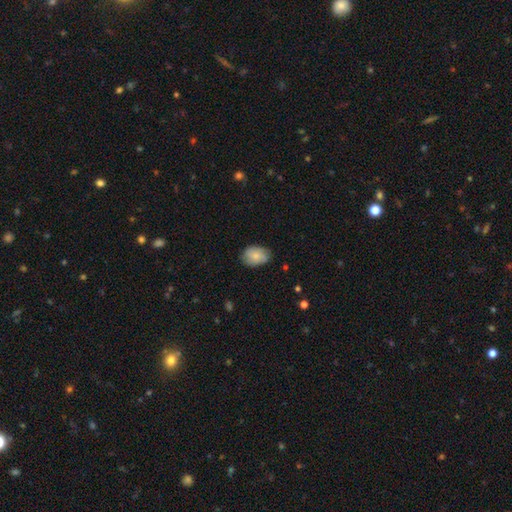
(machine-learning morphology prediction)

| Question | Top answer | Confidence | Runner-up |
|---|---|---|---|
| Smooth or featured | smooth | 76% | featured or disk (17%) |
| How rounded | in between | 76% | round (23%) |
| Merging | none | 70% | minor disturbance (24%) |